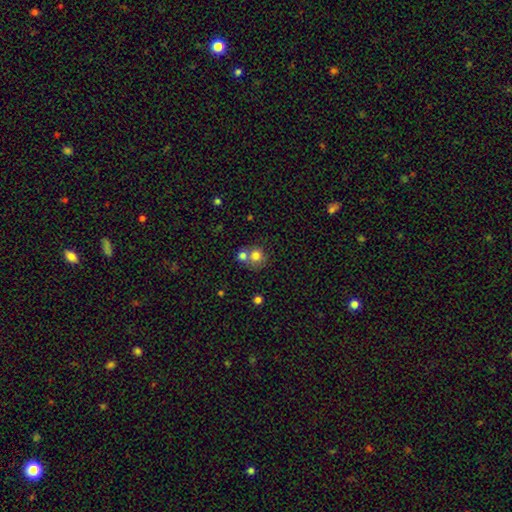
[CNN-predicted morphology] The model was most divided on "merging": merger: 48%, none: 41%, minor disturbance: 7%, major disturbance: 3%. More confident: how rounded — round (85%); smooth or featured — smooth (77%).